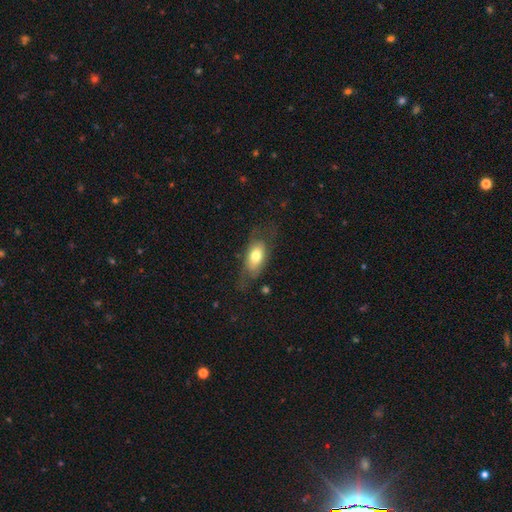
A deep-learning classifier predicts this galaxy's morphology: A smooth galaxy with no disk features (61%) that is in between round and cigar-shaped (85%).

Vote fractions:
- Smooth or featured? smooth: 61% / featured or disk: 32% / star or artifact: 7%
- How rounded? in between: 85% / cigar-shaped: 9% / round: 6%
- Merging? none: 57% / minor disturbance: 24% / major disturbance: 18% / merger: 2%